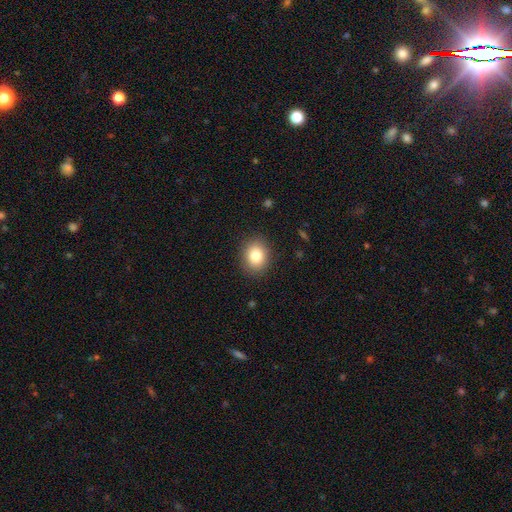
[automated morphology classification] Smooth or featured? Predicted: smooth (p=0.82). How rounded? Predicted: round (p=0.59). Merging? Predicted: none (p=0.88).